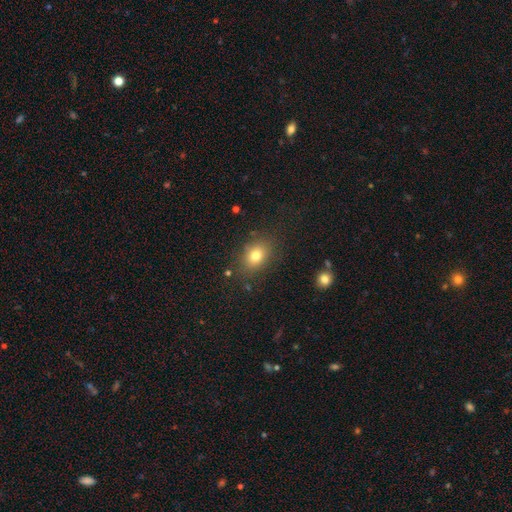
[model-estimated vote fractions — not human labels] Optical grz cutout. It shows a smooth galaxy with no disk features (78%) that is in between round and cigar-shaped (68%). Merging: none (82%).